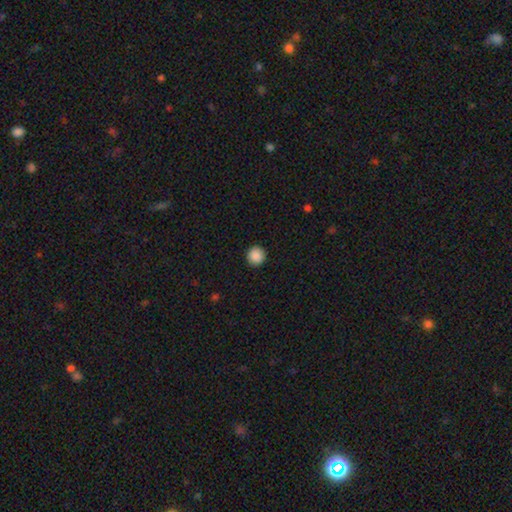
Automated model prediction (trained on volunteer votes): smooth 89%, star or artifact 9%, featured or disk 2%. Down the decision tree: how rounded — round (94%); merging — none (92%).